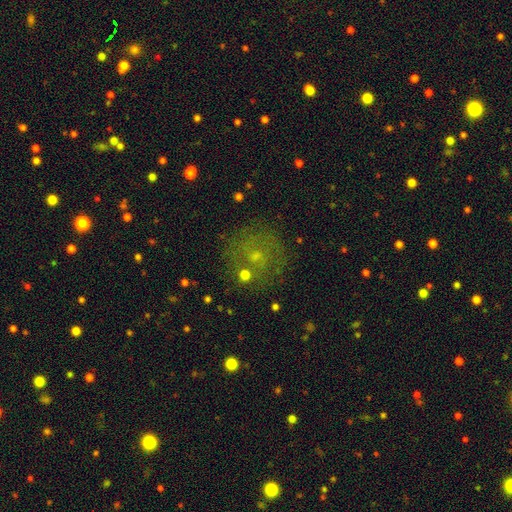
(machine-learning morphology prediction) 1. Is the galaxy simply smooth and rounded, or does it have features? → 44% smooth, 30% featured or disk, 26% star or artifact.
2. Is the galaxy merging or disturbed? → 72% none, 13% minor disturbance, 9% major disturbance, 5% merger.